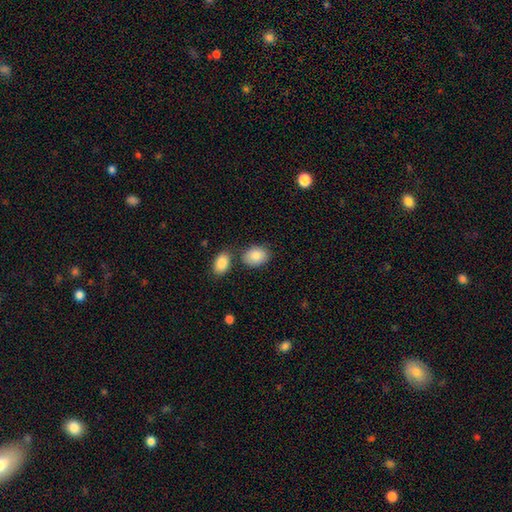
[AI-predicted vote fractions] Smooth or featured: smooth — 87% (star or artifact — 6%)
How rounded: in between — 79% (round — 20%)
Merging: none — 68% (merger — 15%)